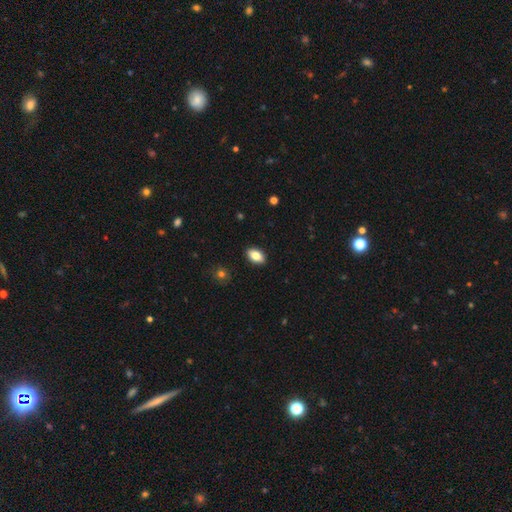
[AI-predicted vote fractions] Smooth or featured?
  - smooth: 83% *
  - featured or disk: 10%
  - star or artifact: 8%
How rounded?
  - in between: 90% *
  - round: 7%
  - cigar-shaped: 3%
Merging?
  - none: 90% *
  - minor disturbance: 8%
  - major disturbance: 2%
  - merger: 1%